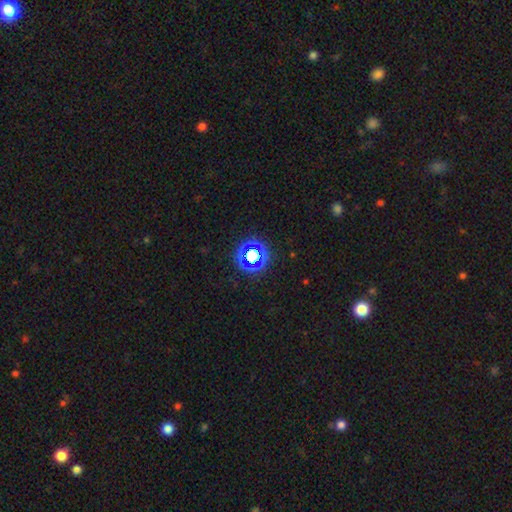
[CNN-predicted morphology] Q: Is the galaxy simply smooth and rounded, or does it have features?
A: star or artifact — 67%.